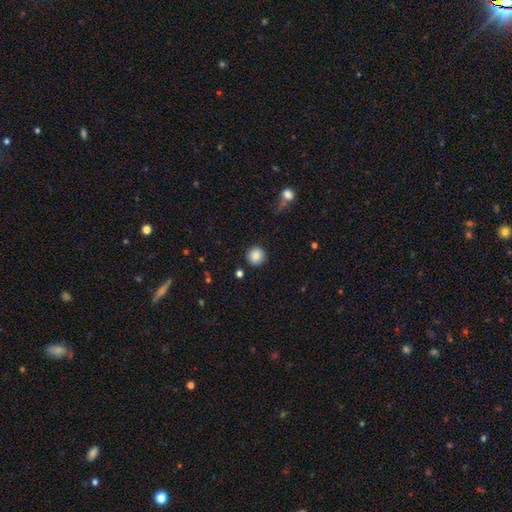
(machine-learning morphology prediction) Smooth or featured: smooth — 88% (star or artifact — 9%)
How rounded: round — 94% (in between — 5%)
Merging: none — 90% (minor disturbance — 6%)